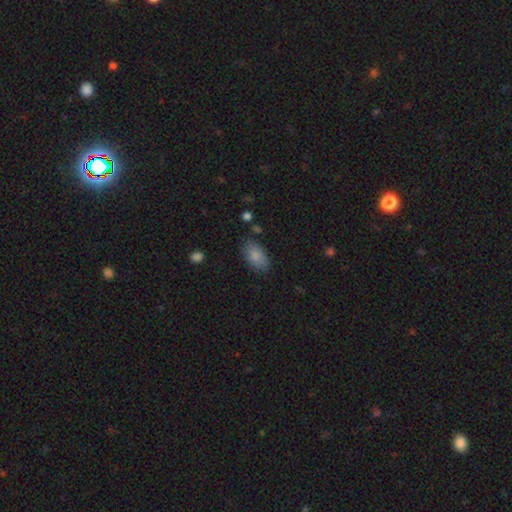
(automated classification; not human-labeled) Overall: smooth (85%). How rounded: in between (92%). Merging: none (78%).